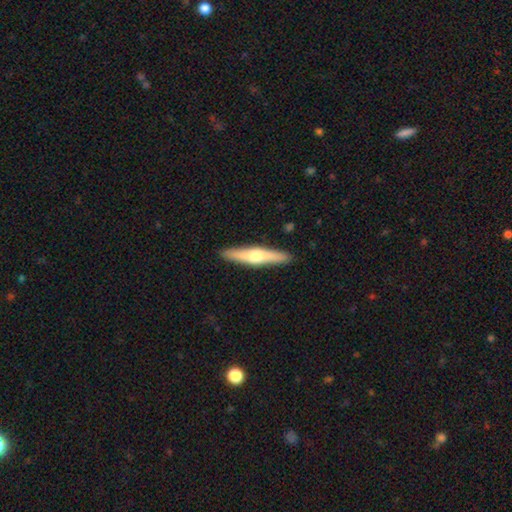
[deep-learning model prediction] Smooth or featured? Predicted: featured or disk (p=0.55). Edge-on disk? Predicted: yes (p=0.95). Edge-on bulge? Predicted: rounded (p=0.89). Merging? Predicted: none (p=0.91).